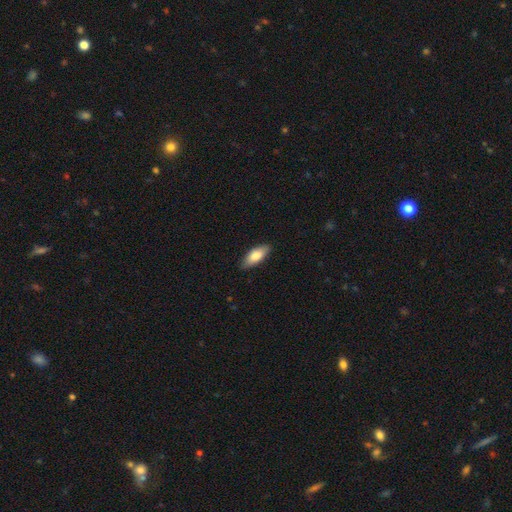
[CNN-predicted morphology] This is likely a smooth galaxy (79%). How rounded: likely in between (80%). Merging: clearly none (87%).